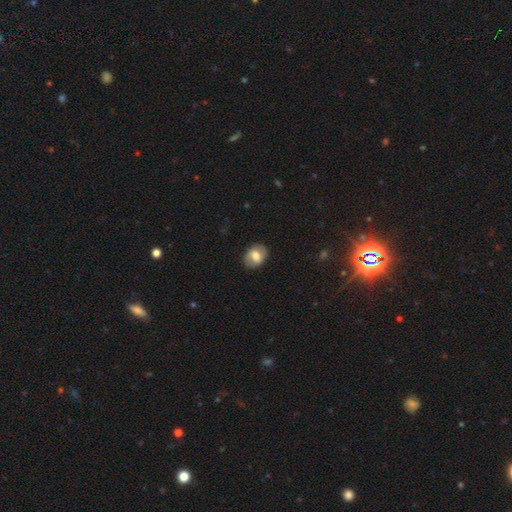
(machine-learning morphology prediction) Q: Smooth or featured?
A: smooth (66%); runner-up: featured or disk (26%)
Q: How rounded?
A: in between (67%); runner-up: round (32%)
Q: Merging?
A: none (85%); runner-up: minor disturbance (11%)